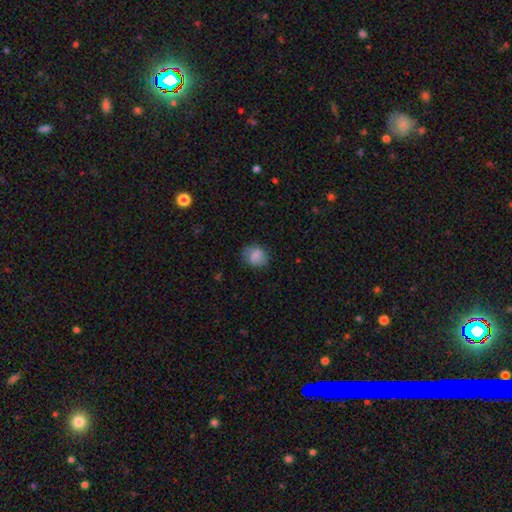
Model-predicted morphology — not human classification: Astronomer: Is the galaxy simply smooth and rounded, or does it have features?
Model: smooth — 80%.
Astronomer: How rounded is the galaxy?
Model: round — 58% (runner-up: in between, 41%).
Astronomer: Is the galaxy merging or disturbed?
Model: none — 73%.